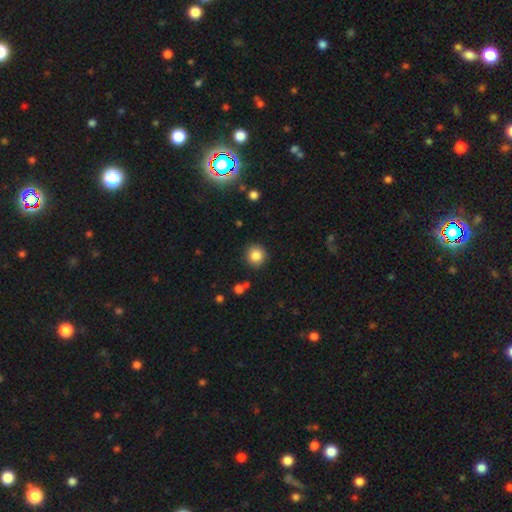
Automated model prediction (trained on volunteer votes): This appears to be a smooth galaxy with no disk features (85%) that is round (92%). Merging: none (88%).